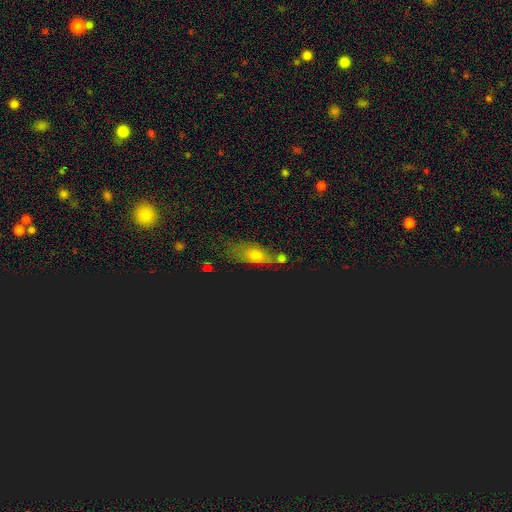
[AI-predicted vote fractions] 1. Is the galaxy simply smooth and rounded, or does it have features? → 56% smooth, 25% star or artifact, 19% featured or disk.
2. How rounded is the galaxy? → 66% in between, 19% cigar-shaped, 15% round.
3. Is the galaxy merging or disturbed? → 48% none, 22% merger, 20% minor disturbance, 11% major disturbance.